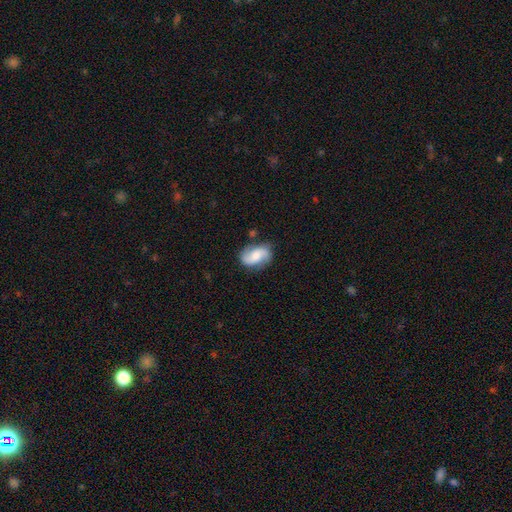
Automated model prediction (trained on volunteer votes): Smooth or featured?
  - featured or disk: 61% *
  - smooth: 32%
  - star or artifact: 7%
Edge-on disk?
  - no: 97% *
  - yes: 3%
Bar?
  - no: 54% *
  - weak: 35%
  - strong: 11%
Spiral arms?
  - yes: 92% *
  - no: 8%
Spiral winding?
  - loose: 53% *
  - medium: 33%
  - tight: 14%
Spiral arm count?
  - 2: 89% *
  - can't tell: 5%
  - 1: 2%
  - 3: 2%
  - 4: 1%
  - more than 4: 1%
Bulge size?
  - moderate: 52% *
  - small: 31%
  - large: 10%
  - none: 5%
  - dominant: 2%
Merging?
  - none: 74% *
  - minor disturbance: 17%
  - major disturbance: 5%
  - merger: 3%